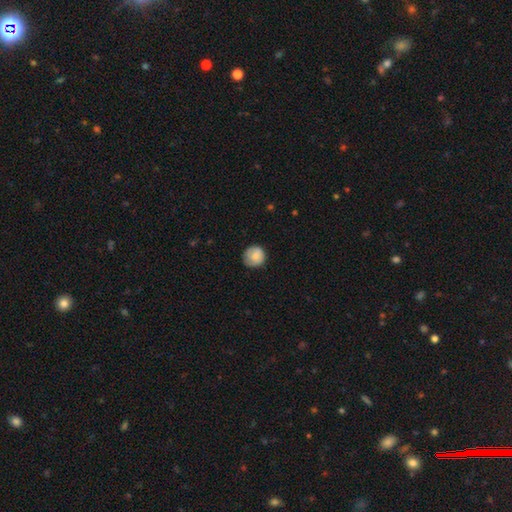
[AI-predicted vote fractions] This is likely a smooth galaxy (77%). How rounded: clearly round (91%). Merging: likely none (75%).